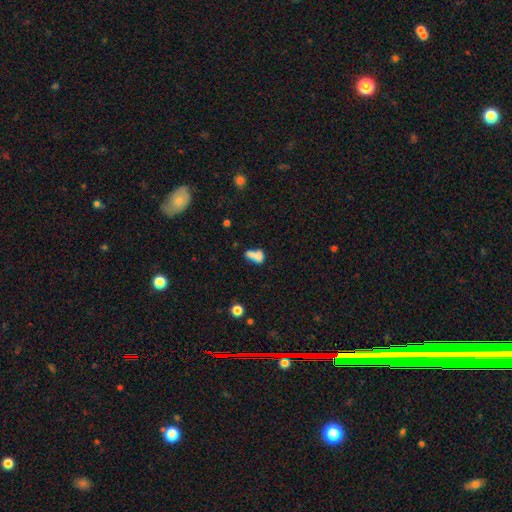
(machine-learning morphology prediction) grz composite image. It shows a smooth galaxy with no disk features (69%) that is in between round and cigar-shaped (73%). Merging: merger (40%).